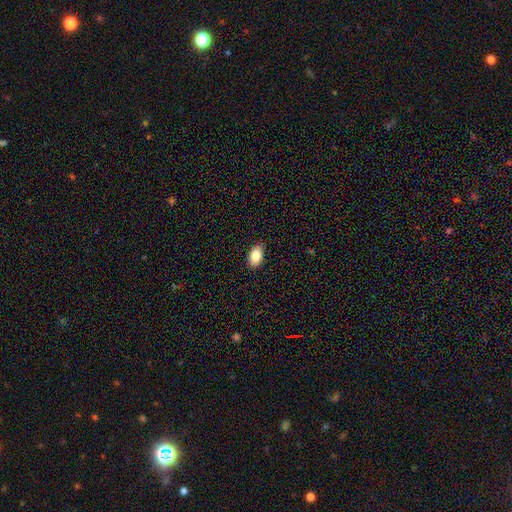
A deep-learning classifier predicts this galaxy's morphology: smooth 84%, featured or disk 9%, star or artifact 7%. Down the decision tree: how rounded — in between (92%); merging — none (89%).